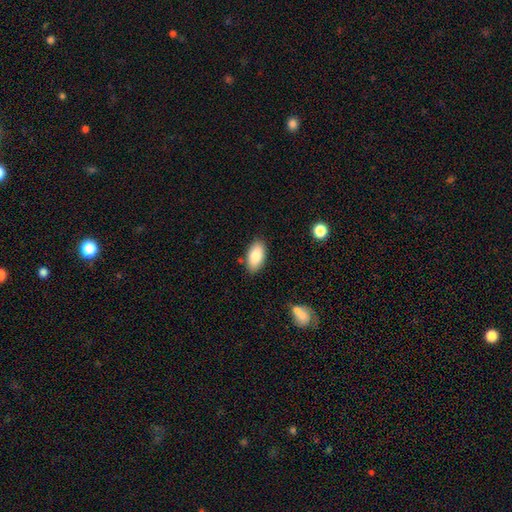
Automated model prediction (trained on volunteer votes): The model was most divided on "merging": none: 84%, minor disturbance: 12%, major disturbance: 2%, merger: 2%. More confident: how rounded — in between (93%); smooth or featured — smooth (84%).